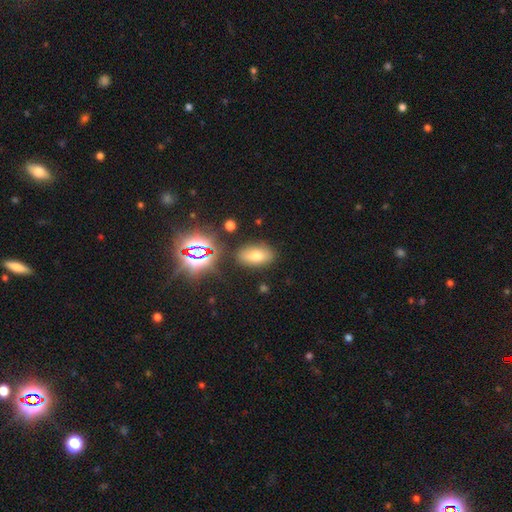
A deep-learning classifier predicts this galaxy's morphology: The model was most divided on "smooth or featured": smooth: 63%, star or artifact: 24%, featured or disk: 13%. More confident: how rounded — in between (88%); merging — none (85%).